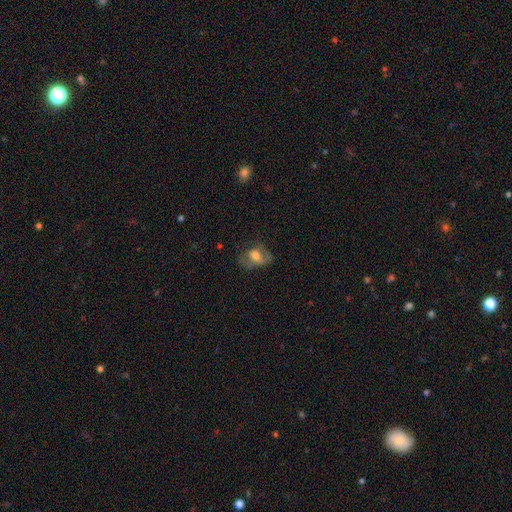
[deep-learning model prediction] smooth-or-featured: smooth: 55% | featured or disk: 35% | star or artifact: 10%
  how-rounded: in between: 79% | round: 19% | cigar-shaped: 2%
  merging: none: 42% | major disturbance: 30% | minor disturbance: 26% | merger: 2%